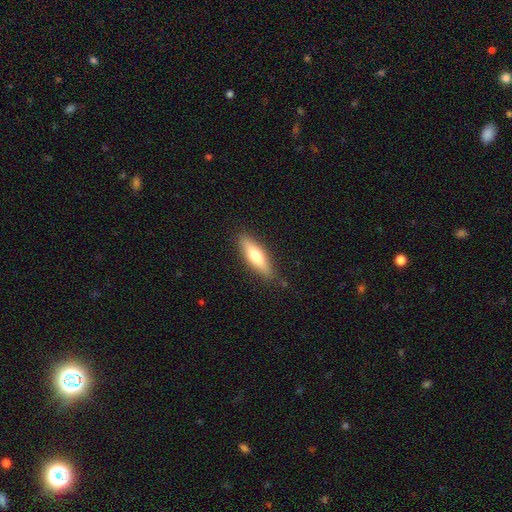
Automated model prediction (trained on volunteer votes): Overall: smooth (64%; featured or disk 30%). How rounded: cigar-shaped (58%; in between 40%). Merging: none (83%).